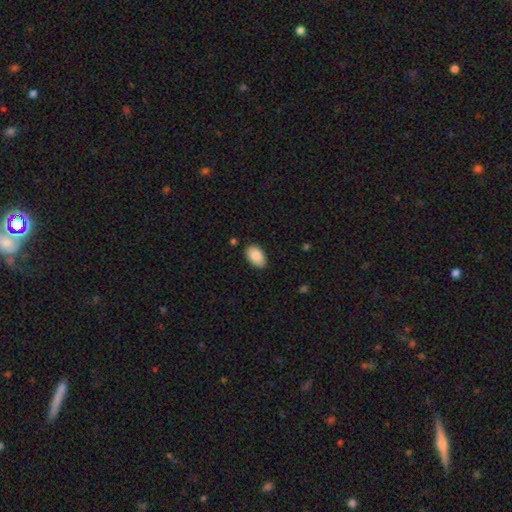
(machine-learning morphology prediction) Smooth or featured?
  - smooth: 89% *
  - star or artifact: 6%
  - featured or disk: 5%
How rounded?
  - in between: 93% *
  - round: 5%
  - cigar-shaped: 1%
Merging?
  - none: 83% *
  - minor disturbance: 13%
  - major disturbance: 2%
  - merger: 1%